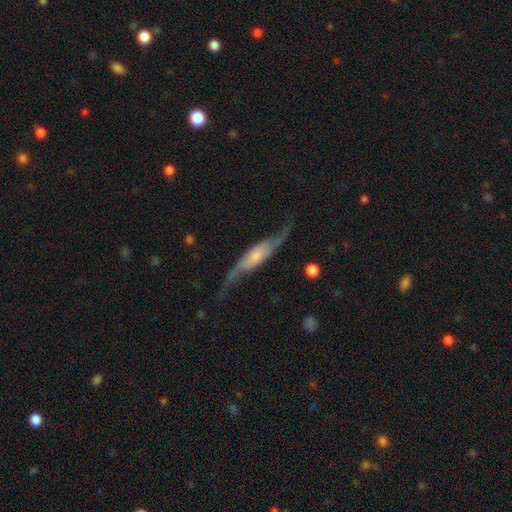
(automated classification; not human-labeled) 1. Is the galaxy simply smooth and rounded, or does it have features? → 79% featured or disk, 16% smooth, 6% star or artifact.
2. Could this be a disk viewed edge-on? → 60% no, 40% yes.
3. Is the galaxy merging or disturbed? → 64% none, 21% minor disturbance, 13% major disturbance, 2% merger.